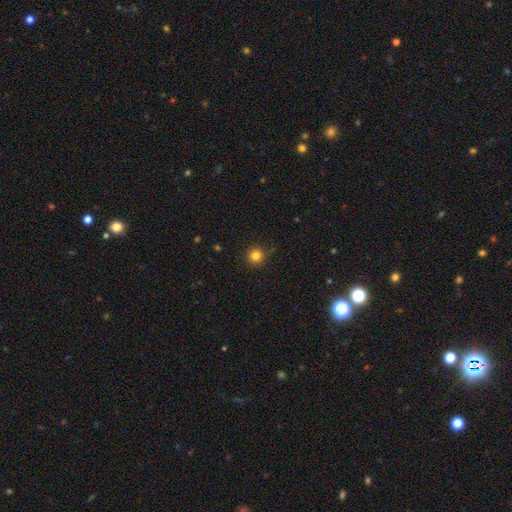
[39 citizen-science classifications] smooth 82%, star or artifact 10%, featured or disk 8%. Down the decision tree: how rounded — round (97%); merging — none (86%).